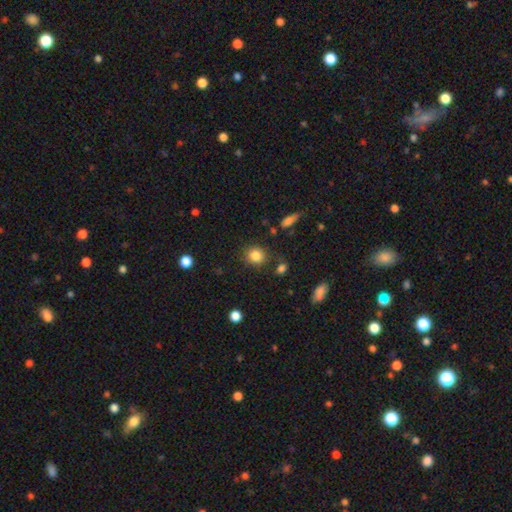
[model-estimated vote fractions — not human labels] smooth-or-featured: smooth: 85% | star or artifact: 10% | featured or disk: 6%
  how-rounded: round: 79% | in between: 19% | cigar-shaped: 1%
  merging: none: 81% | minor disturbance: 11% | merger: 4% | major disturbance: 4%